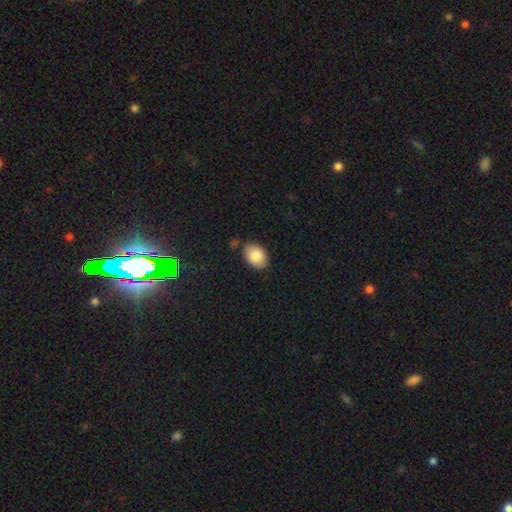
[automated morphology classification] smooth_or_featured: smooth (p=0.87) [alt: star or artifact p=0.07]
how_rounded: in between (p=0.84) [alt: round p=0.15]
merging: none (p=0.79) [alt: minor disturbance p=0.15]